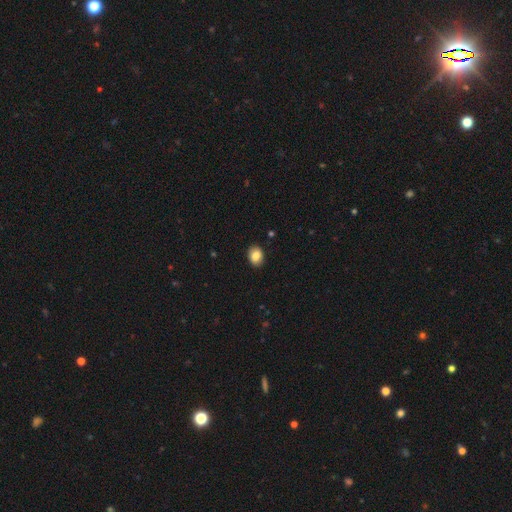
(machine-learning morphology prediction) The model was most divided on "how rounded": in between: 59%, round: 40%, cigar-shaped: 1%. More confident: merging — none (90%); smooth or featured — smooth (85%).